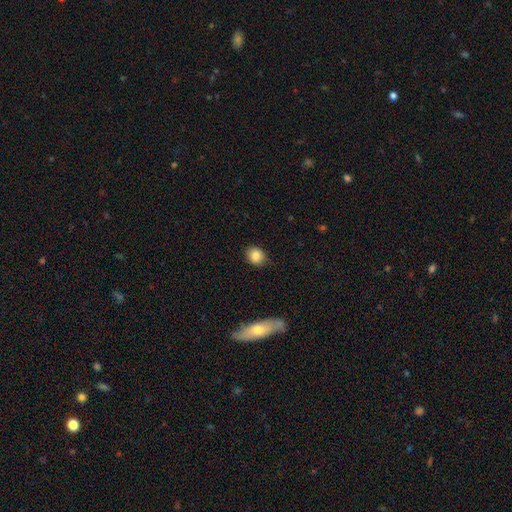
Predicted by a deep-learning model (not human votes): Smooth or featured?
  - smooth: 85% *
  - star or artifact: 9%
  - featured or disk: 6%
How rounded?
  - round: 67% *
  - in between: 31%
  - cigar-shaped: 1%
Merging?
  - none: 81% *
  - minor disturbance: 15%
  - major disturbance: 3%
  - merger: 2%